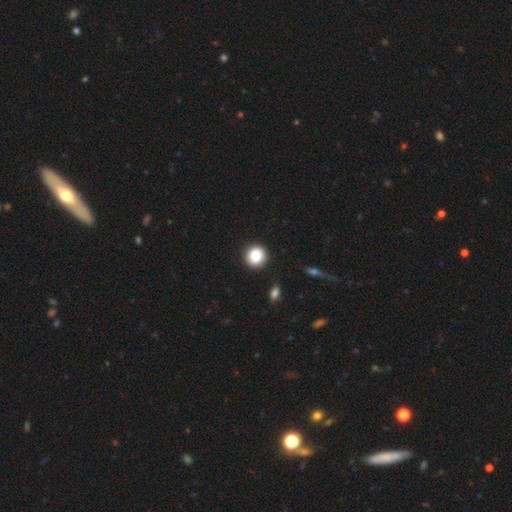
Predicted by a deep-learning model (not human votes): A smooth galaxy with no disk features (85%) that is round (85%). Merging: none (87%).